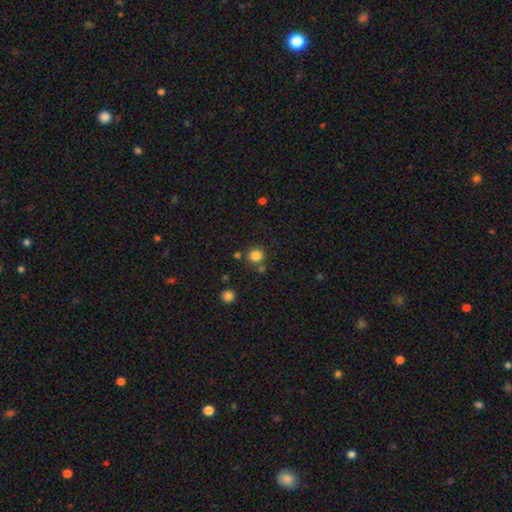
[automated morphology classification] smooth-or-featured: smooth: 83% | star or artifact: 13% | featured or disk: 5%
  how-rounded: round: 92% | in between: 7% | cigar-shaped: 1%
  merging: none: 78% | merger: 11% | minor disturbance: 8% | major disturbance: 3%